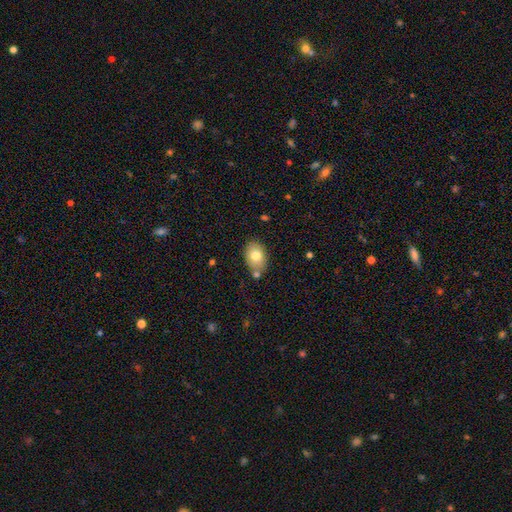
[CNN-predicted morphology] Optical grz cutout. It shows a smooth galaxy with no disk features (76%) that is in between round and cigar-shaped (80%). Merging: none (69%).